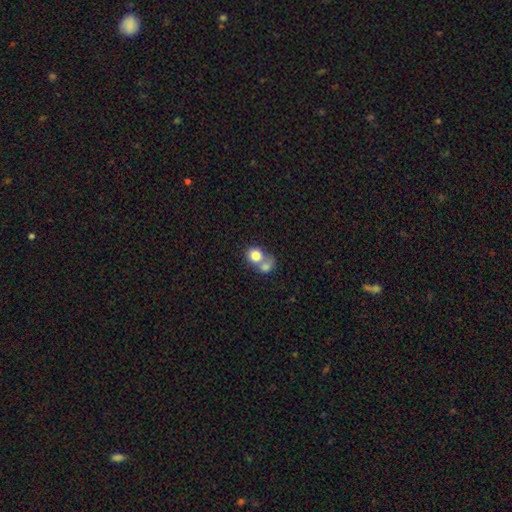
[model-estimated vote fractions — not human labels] Smooth or featured: smooth — 78% (featured or disk — 13%)
How rounded: round — 71% (in between — 28%)
Merging: merger — 65% (none — 24%)